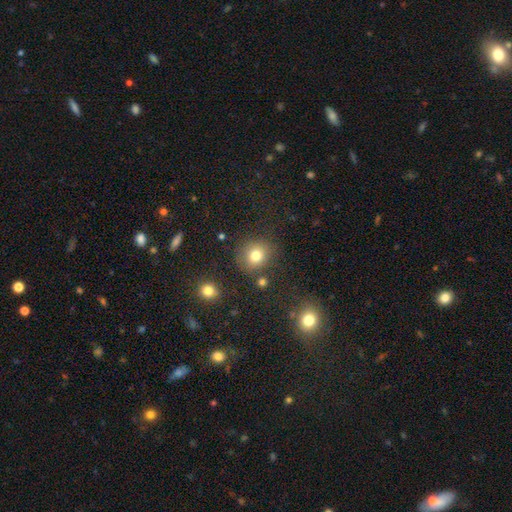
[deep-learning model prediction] A smooth galaxy with no disk features (79%) that is round (81%). Merging: none (79%).